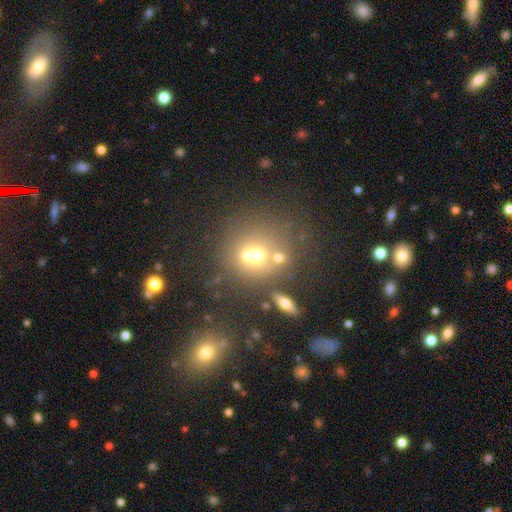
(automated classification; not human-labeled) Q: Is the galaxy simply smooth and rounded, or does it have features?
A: smooth — 57%.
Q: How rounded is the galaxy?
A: round — 82%.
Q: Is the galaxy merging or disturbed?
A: merger — 43%, tied with none.